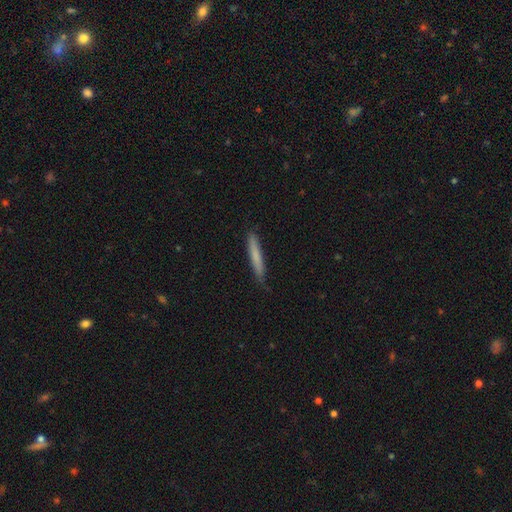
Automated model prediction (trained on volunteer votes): smooth 72%, featured or disk 22%, star or artifact 6%. Down the decision tree: how rounded — cigar-shaped (96%); merging — none (85%).